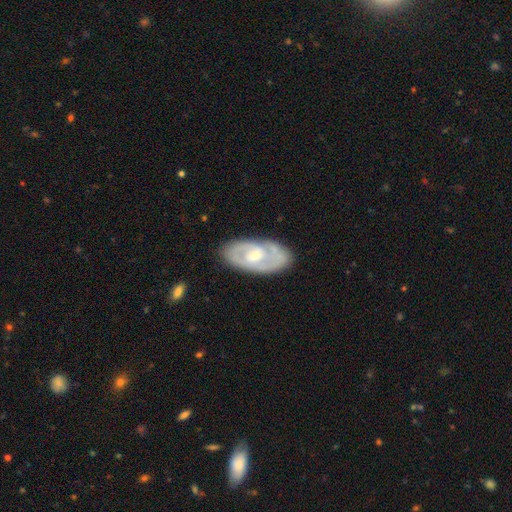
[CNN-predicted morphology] Q: Smooth or featured?
A: featured or disk (73%); runner-up: smooth (22%)
Q: Edge-on disk?
A: no (94%); runner-up: yes (6%)
Q: Bar?
A: no (48%); runner-up: weak (42%)
Q: Spiral arms?
A: yes (76%); runner-up: no (24%)
Q: Spiral winding?
A: tight (53%); runner-up: medium (36%)
Q: Spiral arm count?
A: 2 (55%); runner-up: can't tell (30%)
Q: Bulge size?
A: moderate (46%); tied with: small (46%)
Q: Merging?
A: none (78%); runner-up: minor disturbance (16%)